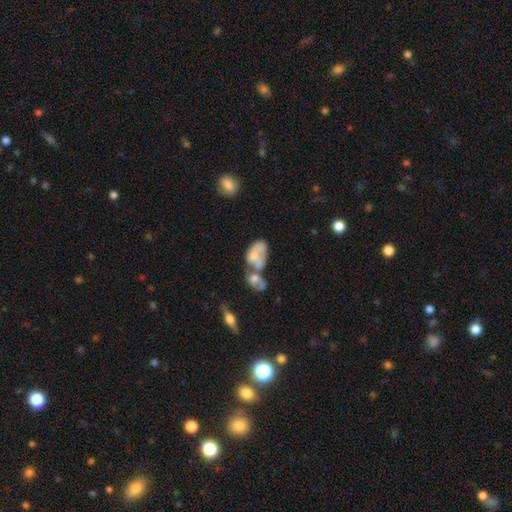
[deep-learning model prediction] Smooth or featured?
  - smooth: 53% *
  - featured or disk: 37%
  - star or artifact: 10%
How rounded?
  - in between: 87% *
  - round: 11%
  - cigar-shaped: 2%
Merging?
  - merger: 68% *
  - major disturbance: 12%
  - none: 12%
  - minor disturbance: 9%